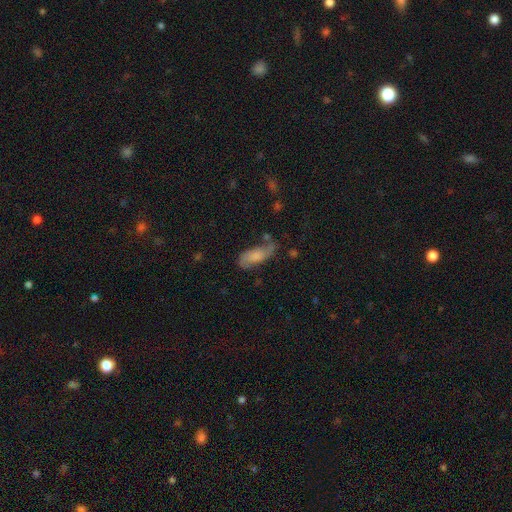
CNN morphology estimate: Smooth or featured? smooth (53%)
How rounded? in between (79%)
Merging? none (53%)